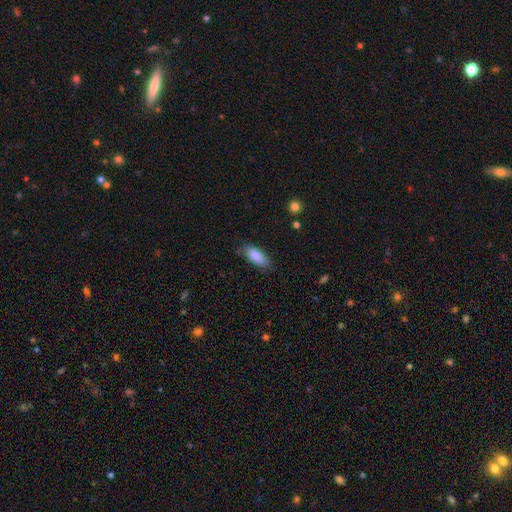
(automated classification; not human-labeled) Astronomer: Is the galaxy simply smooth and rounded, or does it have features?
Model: smooth — 87%.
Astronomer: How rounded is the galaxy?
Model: in between — 84%.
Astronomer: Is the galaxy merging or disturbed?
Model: none — 77%.